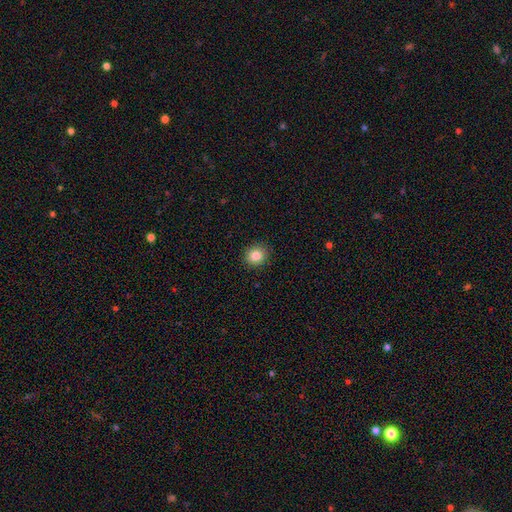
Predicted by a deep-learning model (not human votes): The model was most divided on "how rounded": round: 83%, in between: 16%, cigar-shaped: 1%. More confident: merging — none (91%); smooth or featured — smooth (85%).